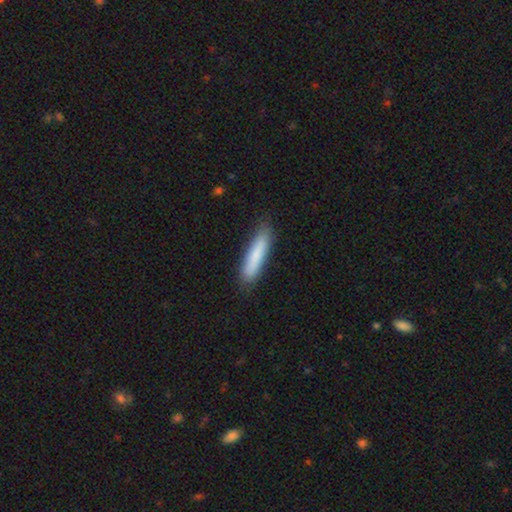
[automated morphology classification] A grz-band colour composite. It shows a smooth galaxy with no disk features (82%) that is cigar-shaped (84%). Merging: none (84%).